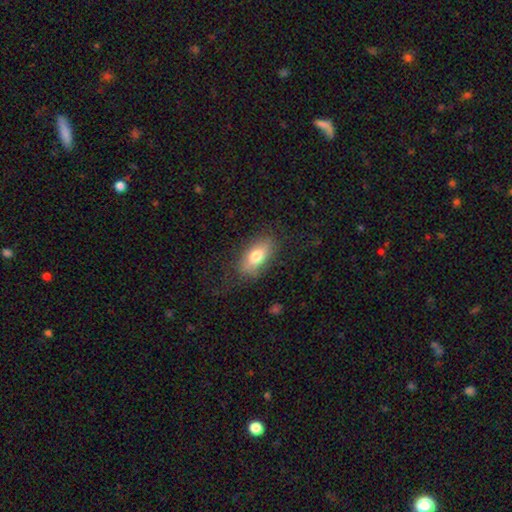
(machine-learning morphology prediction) This is likely a smooth galaxy (74%). How rounded: clearly in between (89%). Merging: likely none (72%).